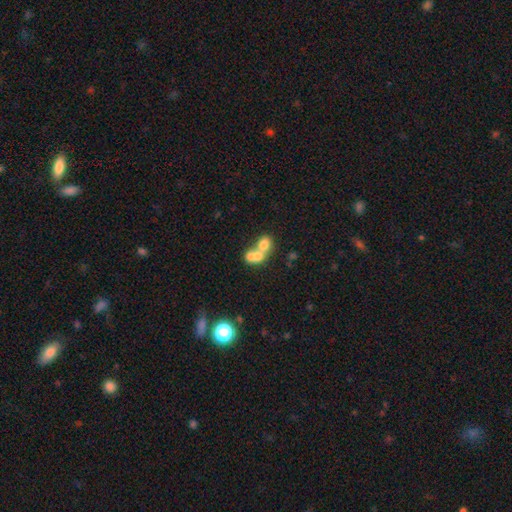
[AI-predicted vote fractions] Smooth or featured? Predicted: smooth (p=0.64). How rounded? Predicted: round (p=0.55). Merging? Predicted: merger (p=0.74).